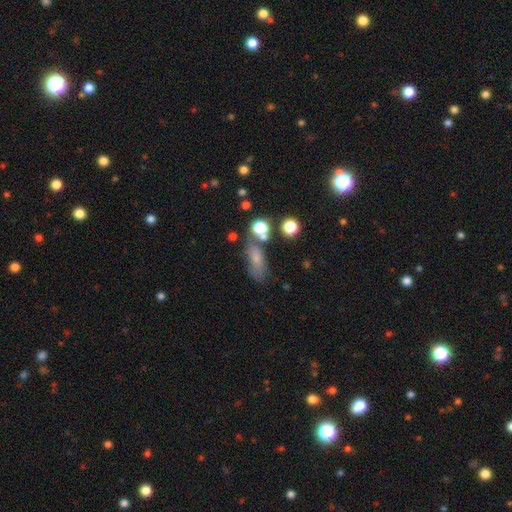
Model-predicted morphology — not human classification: This appears to be a smooth galaxy with no disk features (59%) that is in between round and cigar-shaped (64%). Merging: none (54%).